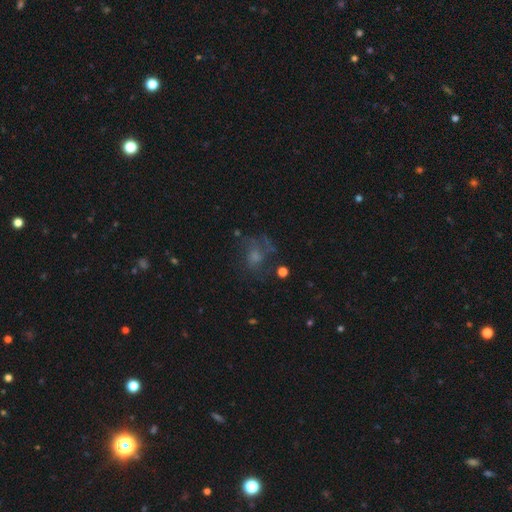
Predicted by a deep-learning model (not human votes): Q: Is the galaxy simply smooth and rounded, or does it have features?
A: featured or disk — 43%.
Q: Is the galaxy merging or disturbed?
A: none — 48%.